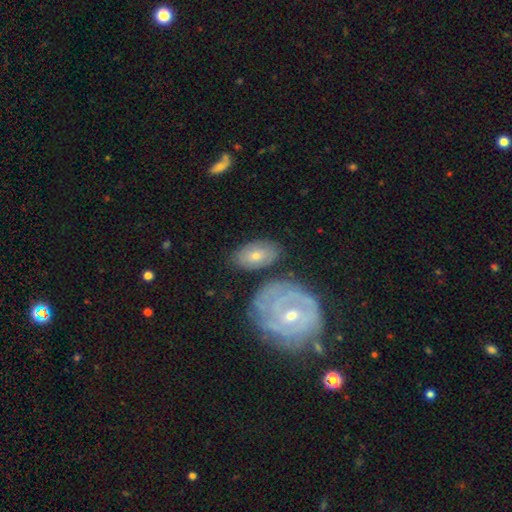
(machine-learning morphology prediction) Smooth or featured: smooth — 49% (featured or disk — 44%)
Merging: none — 71% (minor disturbance — 16%)